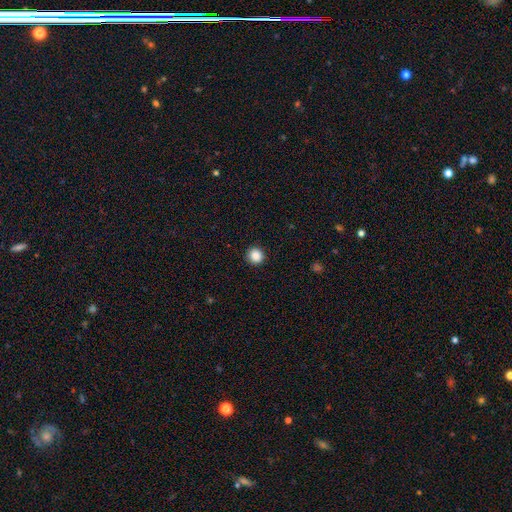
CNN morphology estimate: The model was most divided on "smooth or featured": smooth: 88%, star or artifact: 9%, featured or disk: 3%. More confident: how rounded — round (92%); merging — none (92%).